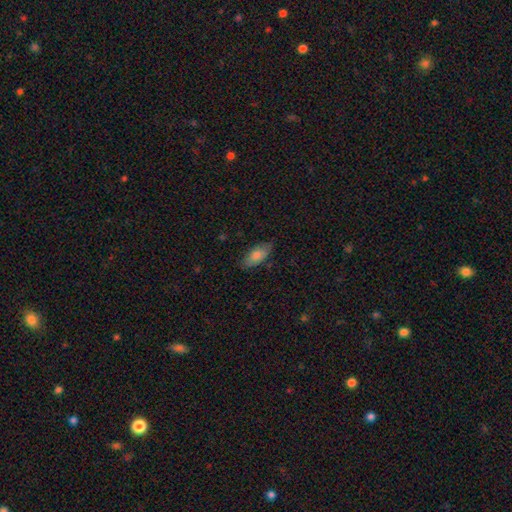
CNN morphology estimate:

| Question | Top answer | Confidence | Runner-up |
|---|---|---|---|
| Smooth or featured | smooth | 79% | featured or disk (15%) |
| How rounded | in between | 85% | cigar-shaped (13%) |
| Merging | none | 79% | minor disturbance (17%) |